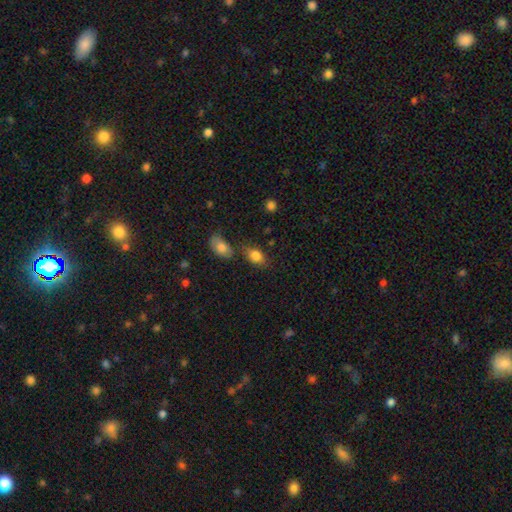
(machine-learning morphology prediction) Overall: smooth (83%). How rounded: in between (84%). Merging: none (64%).